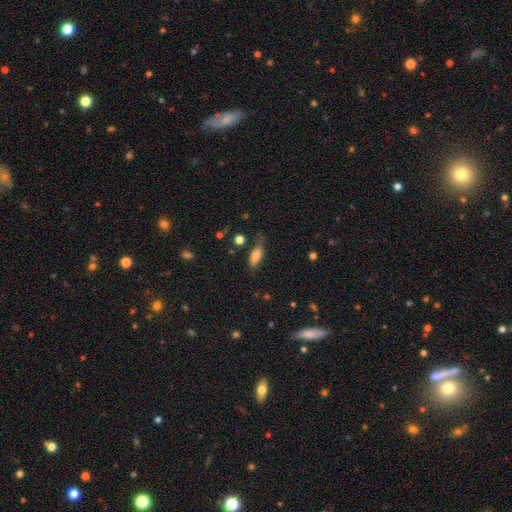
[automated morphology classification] Smooth or featured? smooth (78%)
How rounded? in between (79%)
Merging? none (61%)